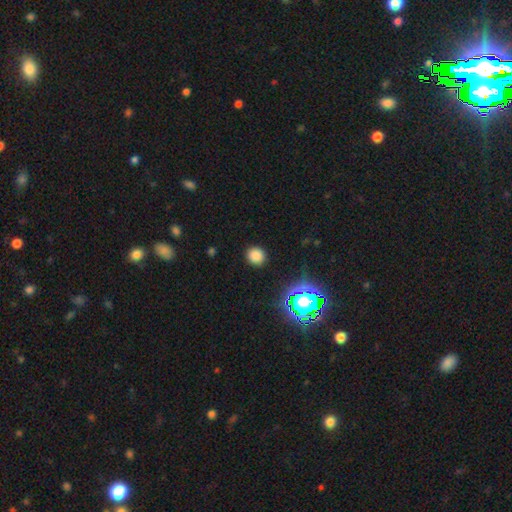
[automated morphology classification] This is likely a smooth galaxy (78%). How rounded: clearly round (87%). Merging: clearly none (90%).